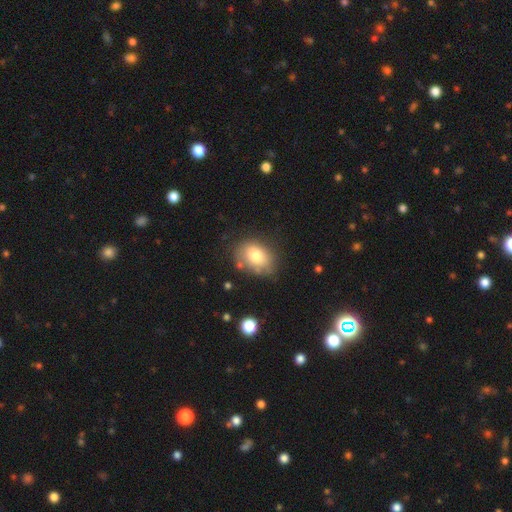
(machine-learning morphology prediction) Smooth or featured: smooth — 77% (featured or disk — 14%)
How rounded: in between — 72% (round — 27%)
Merging: none — 67% (minor disturbance — 21%)